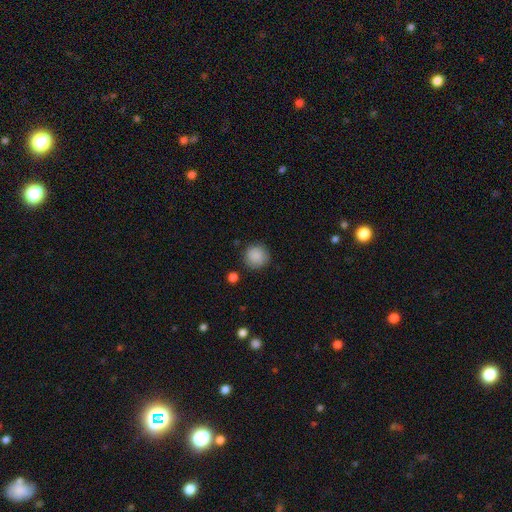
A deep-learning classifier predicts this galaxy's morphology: Smooth or featured?
  - smooth: 89% *
  - star or artifact: 8%
  - featured or disk: 3%
How rounded?
  - round: 94% *
  - in between: 5%
  - cigar-shaped: 1%
Merging?
  - none: 87% *
  - minor disturbance: 8%
  - major disturbance: 2%
  - merger: 2%